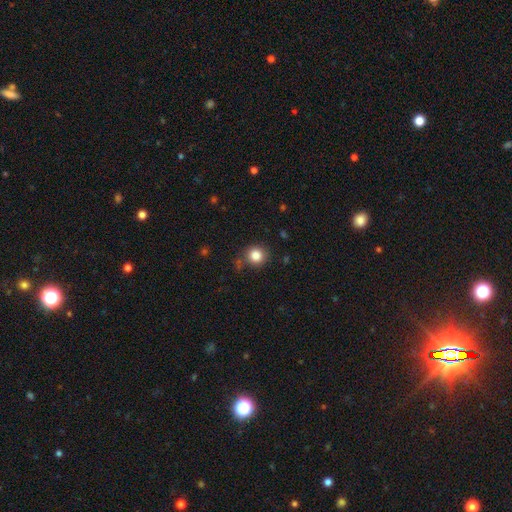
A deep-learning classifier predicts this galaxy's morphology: Q: Smooth or featured?
A: smooth (84%); runner-up: star or artifact (11%)
Q: How rounded?
A: round (90%); runner-up: in between (9%)
Q: Merging?
A: none (83%); runner-up: minor disturbance (11%)